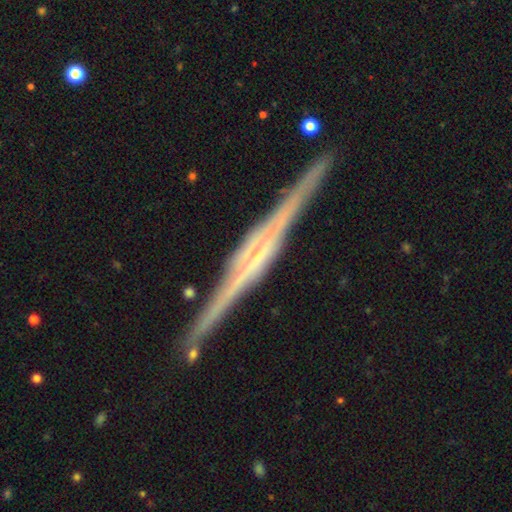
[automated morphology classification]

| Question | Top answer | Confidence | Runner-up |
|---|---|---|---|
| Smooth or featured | featured or disk | 88% | star or artifact (6%) |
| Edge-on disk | yes | 98% | no (2%) |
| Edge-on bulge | boxy | 48% | rounded (32%) |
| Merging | none | 89% | minor disturbance (8%) |